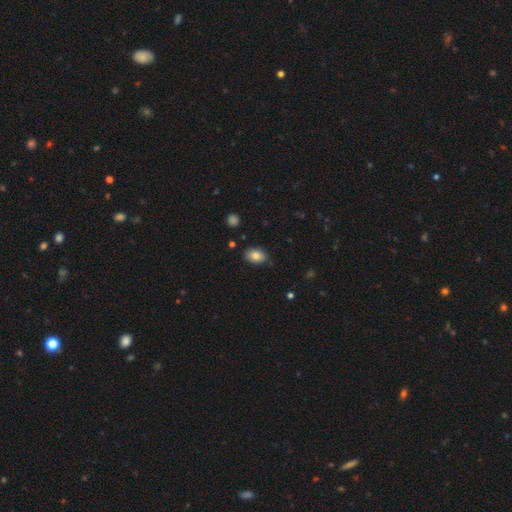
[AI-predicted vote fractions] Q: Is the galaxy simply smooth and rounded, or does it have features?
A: smooth — 83%.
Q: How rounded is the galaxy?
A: in between — 83%.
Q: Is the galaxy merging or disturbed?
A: none — 83%.